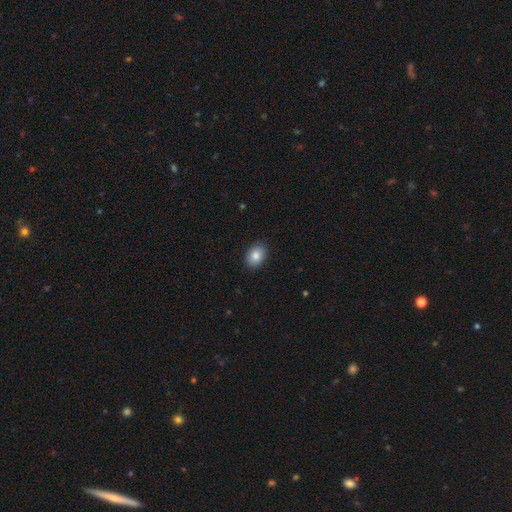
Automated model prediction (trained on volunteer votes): A smooth galaxy with no disk features (84%) that is in between round and cigar-shaped (78%).

Vote fractions:
- Smooth or featured? smooth: 84% / star or artifact: 8% / featured or disk: 8%
- How rounded? in between: 78% / round: 21% / cigar-shaped: 1%
- Merging? none: 88% / minor disturbance: 9% / major disturbance: 2% / merger: 1%